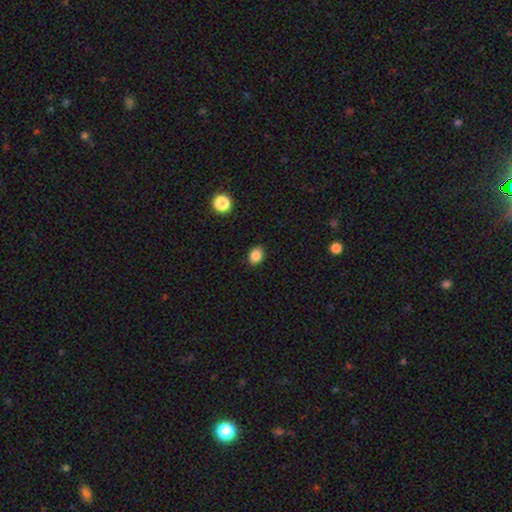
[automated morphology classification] A smooth galaxy with no disk features (86%) that is in between round and cigar-shaped (64%). Merging: none (88%).